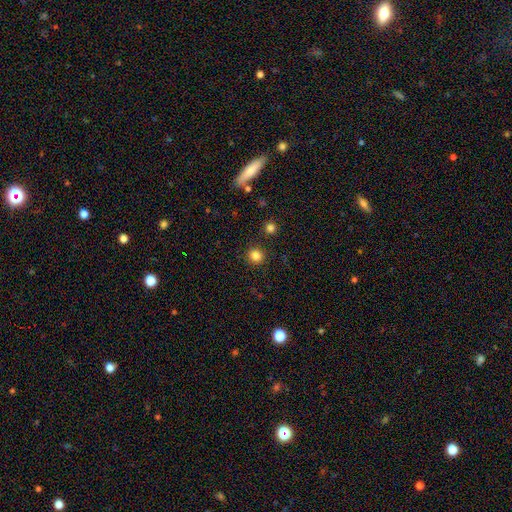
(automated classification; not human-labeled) The model was most divided on "smooth or featured": smooth: 82%, star or artifact: 13%, featured or disk: 4%. More confident: how rounded — round (94%); merging — none (91%).